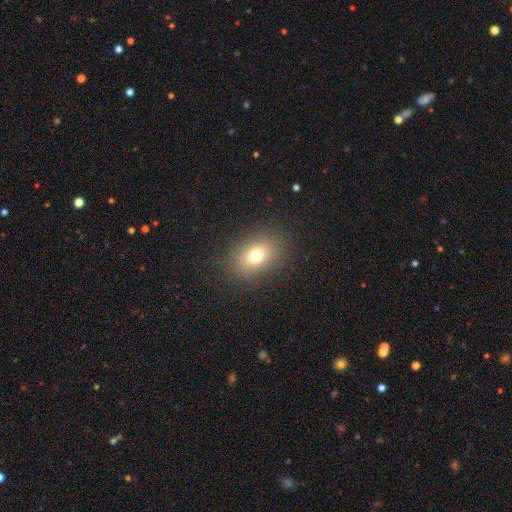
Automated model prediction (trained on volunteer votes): A smooth galaxy with no disk features (75%) that is in between round and cigar-shaped (71%).

Vote fractions:
- Smooth or featured? smooth: 75% / star or artifact: 13% / featured or disk: 12%
- How rounded? in between: 71% / round: 27% / cigar-shaped: 2%
- Merging? none: 85% / minor disturbance: 9% / major disturbance: 4% / merger: 1%